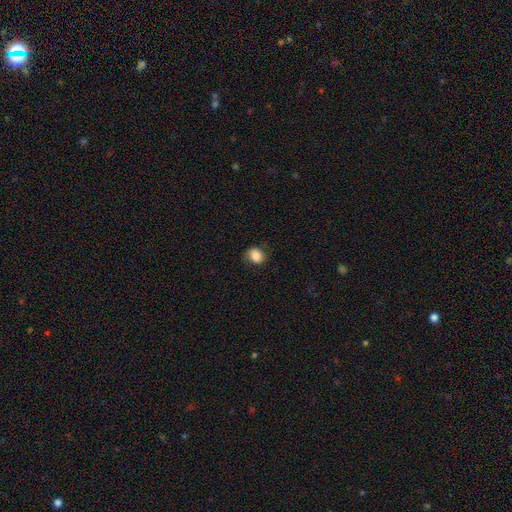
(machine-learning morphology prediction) A smooth galaxy with no disk features (85%) that is round (62%).

Vote fractions:
- Smooth or featured? smooth: 85% / star or artifact: 9% / featured or disk: 6%
- How rounded? round: 62% / in between: 37% / cigar-shaped: 1%
- Merging? none: 74% / minor disturbance: 20% / major disturbance: 5% / merger: 1%